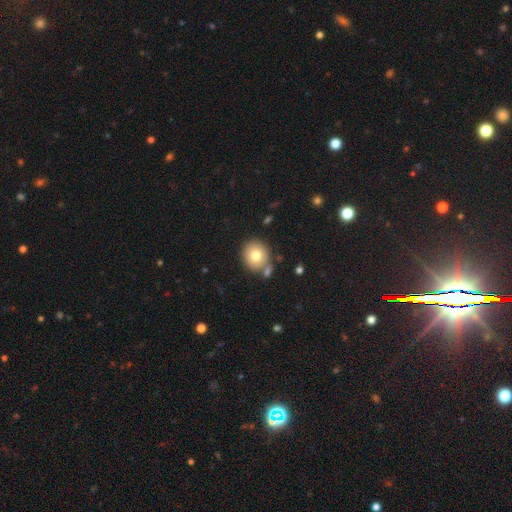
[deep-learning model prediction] A smooth galaxy with no disk features (76%) that is round (78%). Merging: none (71%).